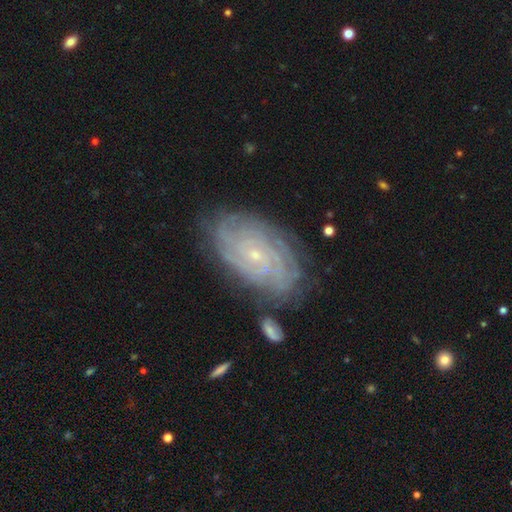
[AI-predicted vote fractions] A featured or disk galaxy (84%) with no bar (72%), tight (81%) spiral arms (96%) and a small central bulge (85%).

Vote fractions:
- Smooth or featured? featured or disk: 84% / smooth: 9% / star or artifact: 7%
- Edge-on disk? no: 96% / yes: 4%
- Bar? no: 72% / weak: 22% / strong: 6%
- Spiral arms? yes: 96% / no: 4%
- Spiral winding? tight: 81% / medium: 16% / loose: 3%
- Spiral arm count? can't tell: 33% / 4: 21% / more than 4: 15% / 3: 13% / 2: 12% / 1: 6%
- Bulge size? small: 85% / moderate: 12% / none: 2% / large: 1% / dominant: 1%
- Merging? none: 75% / minor disturbance: 16% / major disturbance: 5% / merger: 5%